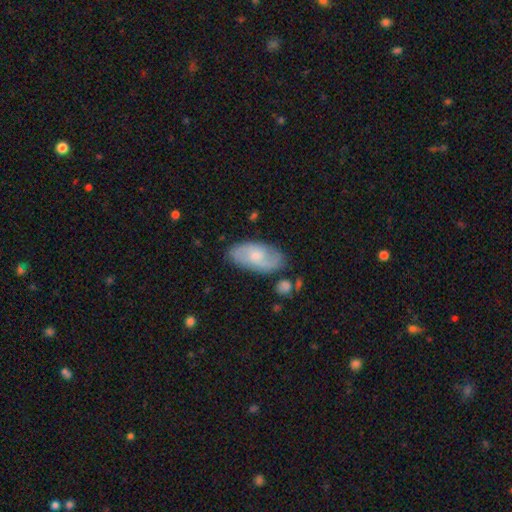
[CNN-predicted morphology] A featured or disk galaxy (56%) with no bar (60%), spiral arms (86%) and a small central bulge (50%). Merging: none (75%).